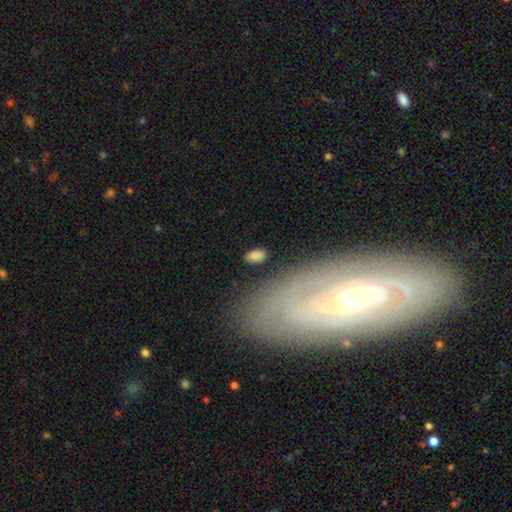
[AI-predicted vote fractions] smooth 83%, star or artifact 9%, featured or disk 8%. Down the decision tree: how rounded — in between (92%); merging — none (84%).